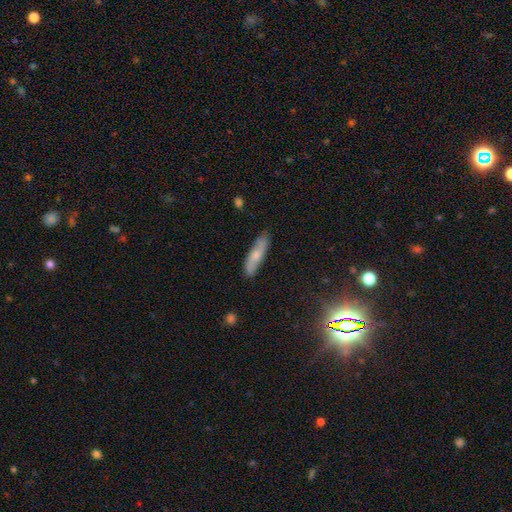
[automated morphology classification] The model was most divided on "smooth or featured": smooth: 57%, featured or disk: 36%, star or artifact: 7%. More confident: merging — none (83%); how rounded — cigar-shaped (70%).